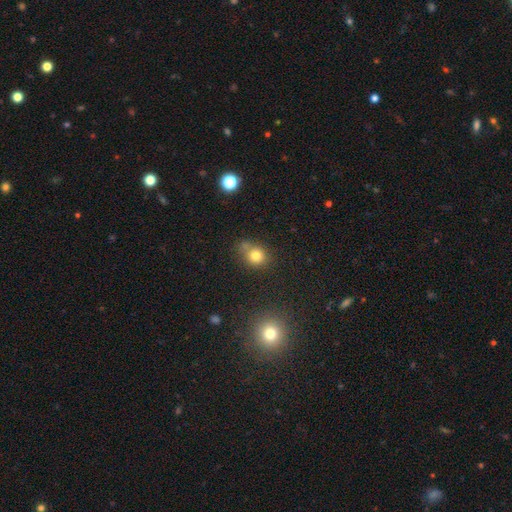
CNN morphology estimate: type=smooth (78%); roundness=round (76%); merging=none (57%).